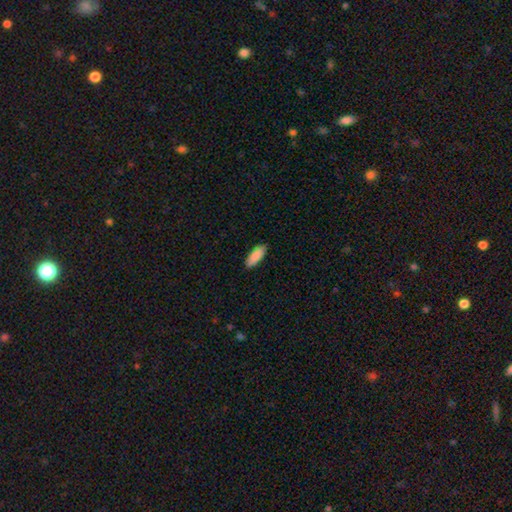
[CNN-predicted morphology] This is clearly a smooth galaxy (89%). How rounded: likely in between (68%). Merging: clearly none (87%).